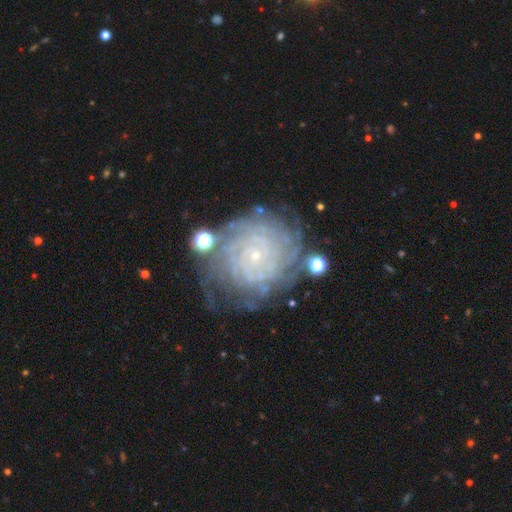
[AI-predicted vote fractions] smooth_or_featured: featured or disk (p=0.86) [alt: star or artifact p=0.07]
disk_edge_on: no (p=0.97) [alt: yes p=0.03]
bar: no (p=0.82) [alt: weak p=0.13]
has_spiral_arms: yes (p=0.97) [alt: no p=0.03]
spiral_winding: tight (p=0.87) [alt: medium p=0.11]
spiral_arm_count: more than 4 (p=0.29) [alt: can't tell p=0.25]
bulge_size: small (p=0.90) [alt: moderate p=0.06]
merging: none (p=0.70) [alt: minor disturbance p=0.17]